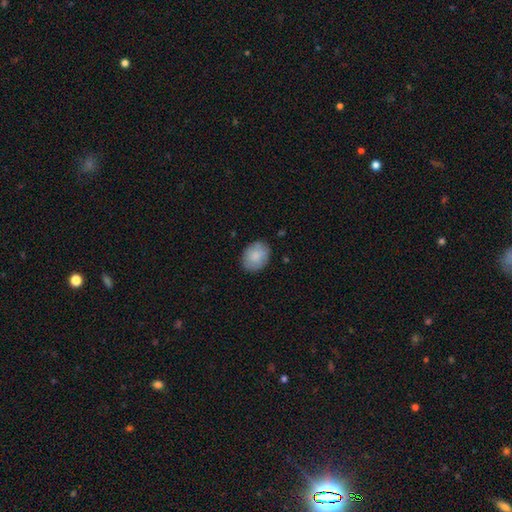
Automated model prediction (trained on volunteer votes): A smooth galaxy with no disk features (82%) that is in between round and cigar-shaped (58%). Merging: none (82%).